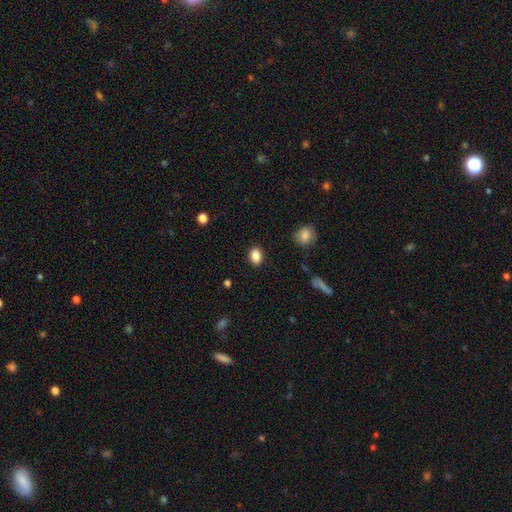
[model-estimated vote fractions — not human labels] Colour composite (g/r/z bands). It shows a smooth galaxy with no disk features (87%) that is in between round and cigar-shaped (77%). Merging: none (88%).